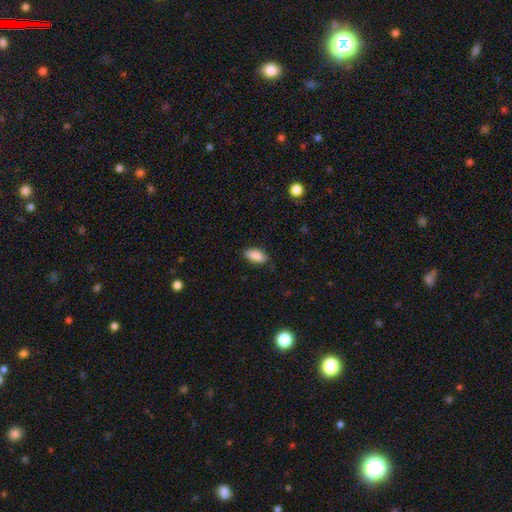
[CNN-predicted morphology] Smooth or featured? Predicted: smooth (p=0.88). How rounded? Predicted: in between (p=0.90). Merging? Predicted: none (p=0.85).